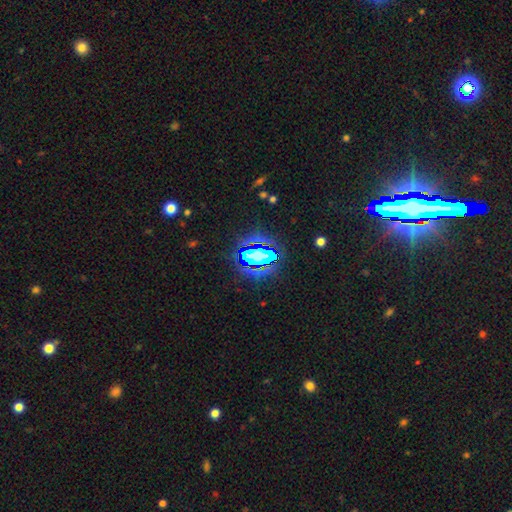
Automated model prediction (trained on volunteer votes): Q: Smooth or featured?
A: star or artifact (62%); runner-up: smooth (24%)